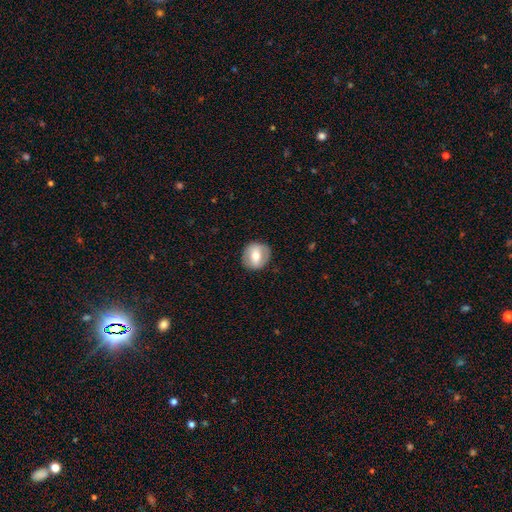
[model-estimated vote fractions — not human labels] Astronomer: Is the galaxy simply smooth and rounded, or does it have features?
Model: smooth — 51% (runner-up: featured or disk, 42%).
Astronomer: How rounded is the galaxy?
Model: round — 80%.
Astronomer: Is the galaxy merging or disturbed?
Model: none — 87%.